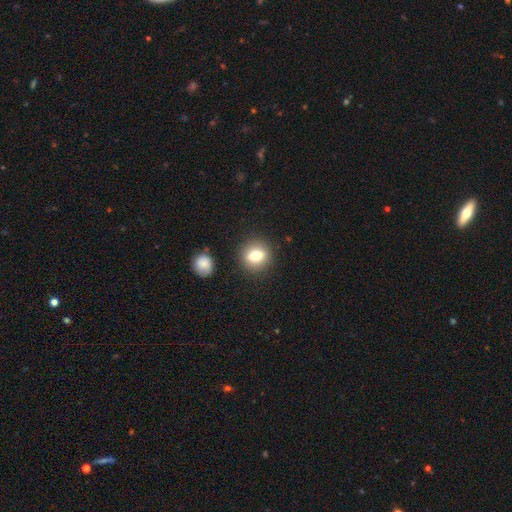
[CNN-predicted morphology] The model was most divided on "how rounded": round: 64%, in between: 33%, cigar-shaped: 3%. More confident: merging — none (86%); smooth or featured — smooth (72%).